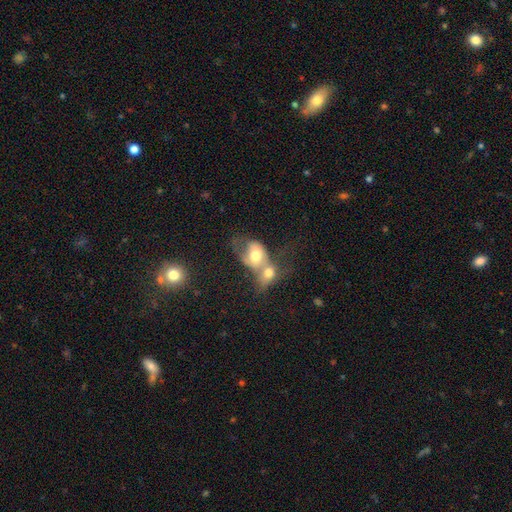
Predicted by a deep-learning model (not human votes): A smooth galaxy with no disk features (57%) that is in between round and cigar-shaped (60%).

Vote fractions:
- Smooth or featured? smooth: 57% / featured or disk: 35% / star or artifact: 9%
- How rounded? in between: 60% / round: 39% / cigar-shaped: 2%
- Merging? merger: 77% / major disturbance: 9% / none: 9% / minor disturbance: 5%